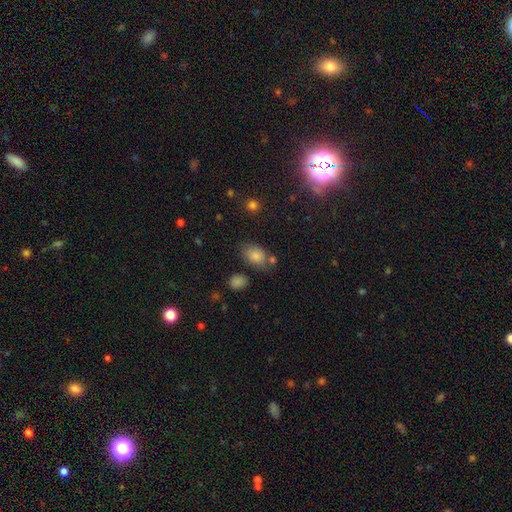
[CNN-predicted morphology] A smooth galaxy with no disk features (82%) that is in between round and cigar-shaped (80%).

Vote fractions:
- Smooth or featured? smooth: 82% / star or artifact: 10% / featured or disk: 8%
- How rounded? in between: 80% / round: 19% / cigar-shaped: 1%
- Merging? none: 64% / minor disturbance: 19% / merger: 11% / major disturbance: 6%